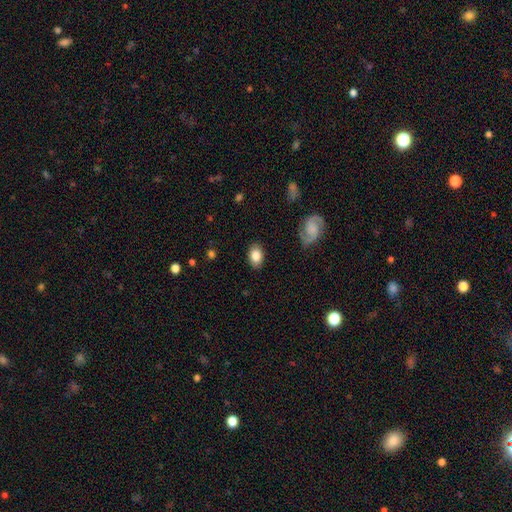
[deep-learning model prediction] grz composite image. It shows a smooth galaxy with no disk features (80%) that is in between round and cigar-shaped (79%). Merging: none (84%).